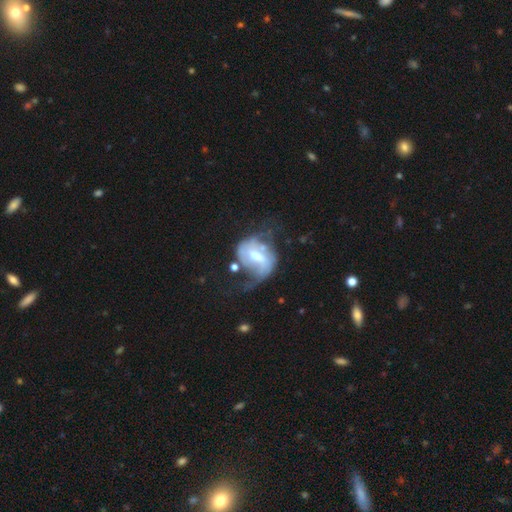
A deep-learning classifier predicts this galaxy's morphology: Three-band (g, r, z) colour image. It shows a featured or disk galaxy (74%) with a weak bar (50%), 2 (64%) loose (47%) spiral arms (79%) and a moderate central bulge (64%). Merging: major disturbance (37%).